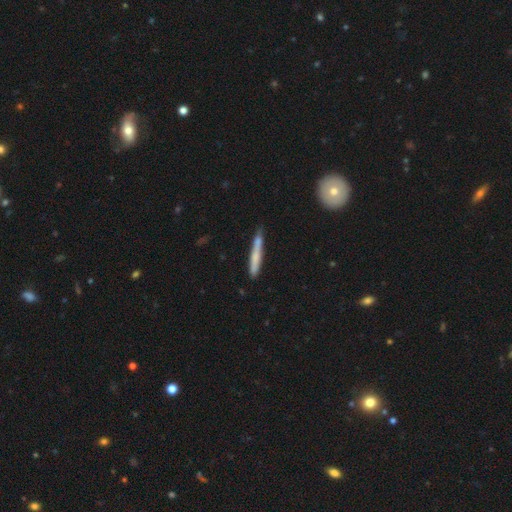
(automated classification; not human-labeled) This appears to be a smooth galaxy with no disk features (61%) that is cigar-shaped (95%). Merging: none (72%).